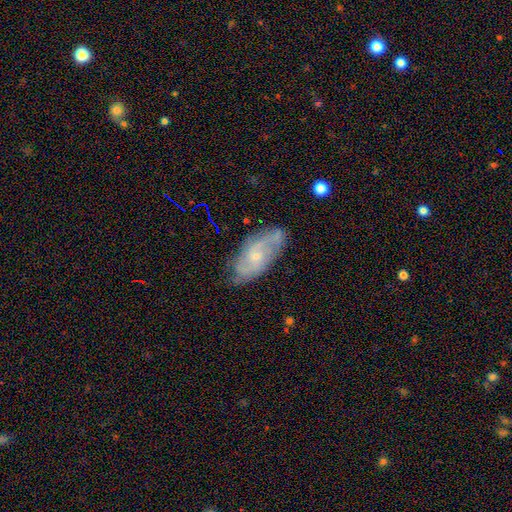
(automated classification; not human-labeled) Smooth or featured?
  - featured or disk: 73% *
  - smooth: 20%
  - star or artifact: 7%
Edge-on disk?
  - no: 93% *
  - yes: 7%
Bar?
  - no: 66% *
  - weak: 30%
  - strong: 4%
Spiral arms?
  - yes: 90% *
  - no: 10%
Spiral winding?
  - medium: 44% *
  - tight: 36%
  - loose: 21%
Spiral arm count?
  - 2: 53% *
  - can't tell: 26%
  - 3: 10%
  - 4: 4%
  - 1: 4%
  - more than 4: 3%
Bulge size?
  - small: 71% *
  - moderate: 24%
  - none: 3%
  - large: 1%
  - dominant: 1%
Merging?
  - none: 72% *
  - minor disturbance: 21%
  - major disturbance: 5%
  - merger: 2%